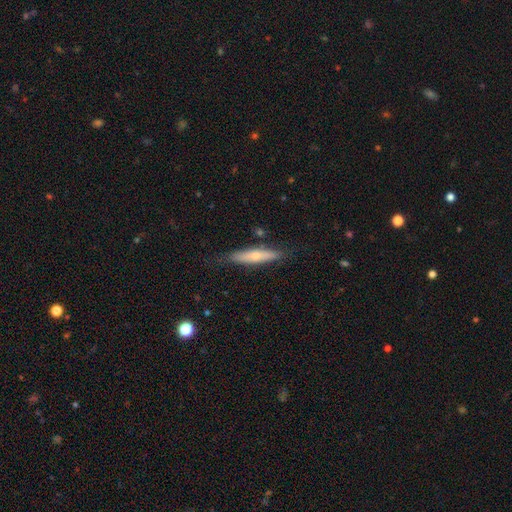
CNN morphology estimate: type=smooth (56%); roundness=cigar-shaped (84%); merging=none (79%).